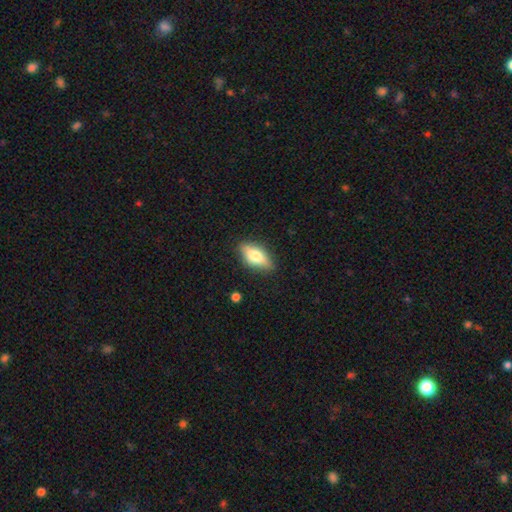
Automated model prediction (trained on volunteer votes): A smooth galaxy with no disk features (67%) that is in between round and cigar-shaped (82%). Merging: none (83%).